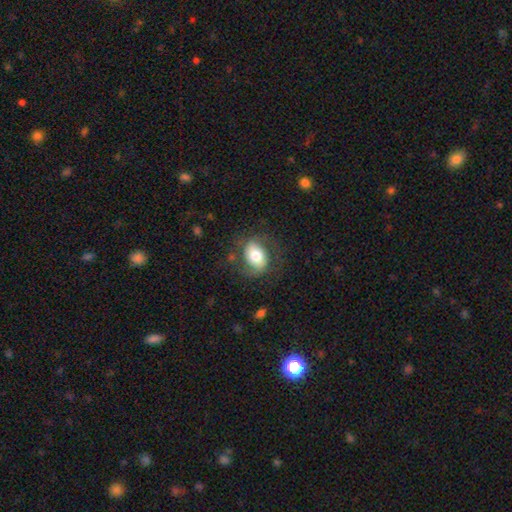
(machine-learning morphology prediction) smooth 55%, featured or disk 37%, star or artifact 8%. Down the decision tree: how rounded — in between (73%); merging — none (67%).